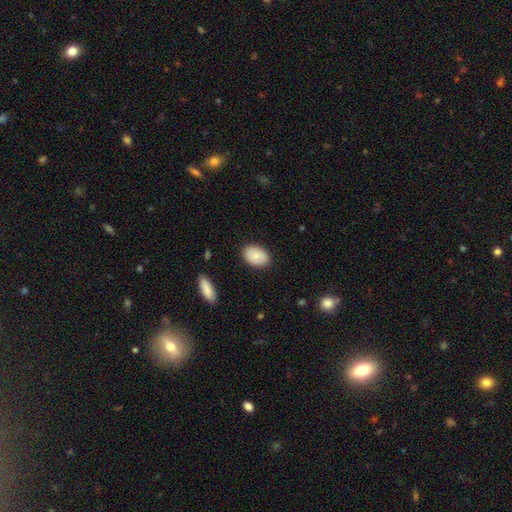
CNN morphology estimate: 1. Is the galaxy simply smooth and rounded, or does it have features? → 83% smooth, 11% featured or disk, 6% star or artifact.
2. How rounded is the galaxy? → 86% in between, 13% round, 1% cigar-shaped.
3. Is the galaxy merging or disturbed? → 86% none, 10% minor disturbance, 2% major disturbance, 1% merger.